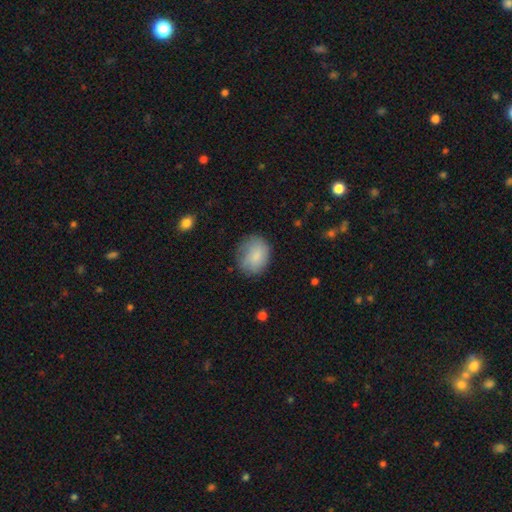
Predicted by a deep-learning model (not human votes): Smooth or featured? smooth (80%)
How rounded? round (55%)
Merging? none (69%)